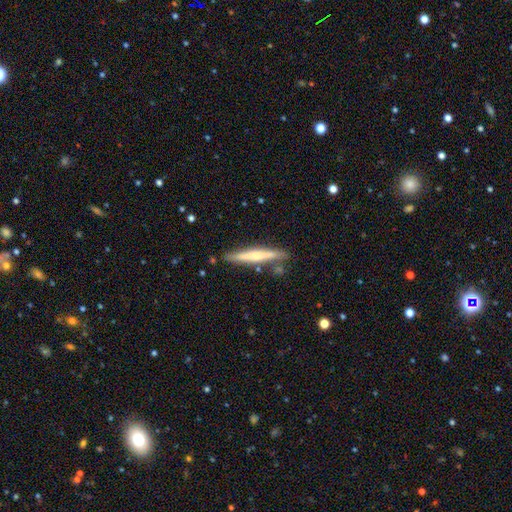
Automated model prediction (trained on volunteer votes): smooth_or_featured: smooth (p=0.49) [alt: featured or disk p=0.46]
merging: none (p=0.81) [alt: minor disturbance p=0.12]